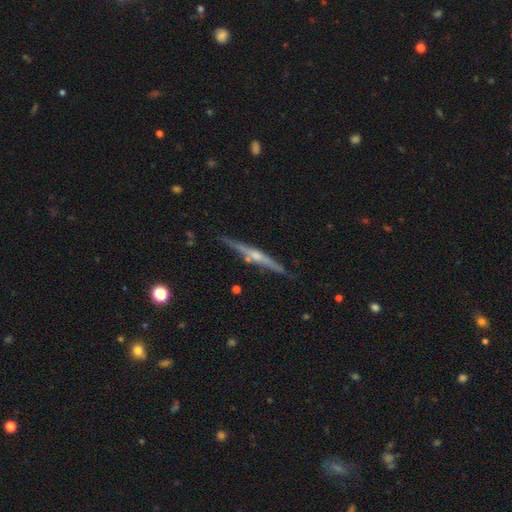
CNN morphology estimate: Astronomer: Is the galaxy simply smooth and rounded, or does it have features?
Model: featured or disk — 78%.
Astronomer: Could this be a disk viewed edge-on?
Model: yes — 98%.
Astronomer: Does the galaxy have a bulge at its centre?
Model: rounded — 79%.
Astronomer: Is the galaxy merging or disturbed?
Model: none — 85%.